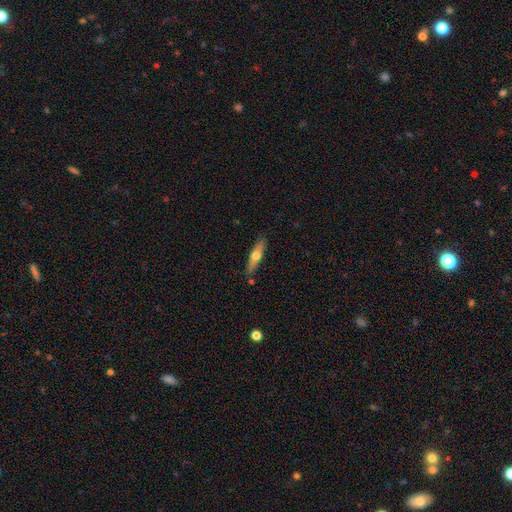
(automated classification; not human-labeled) Q: Smooth or featured?
A: smooth (50%); runner-up: featured or disk (45%)
Q: Merging?
A: none (84%); runner-up: minor disturbance (11%)